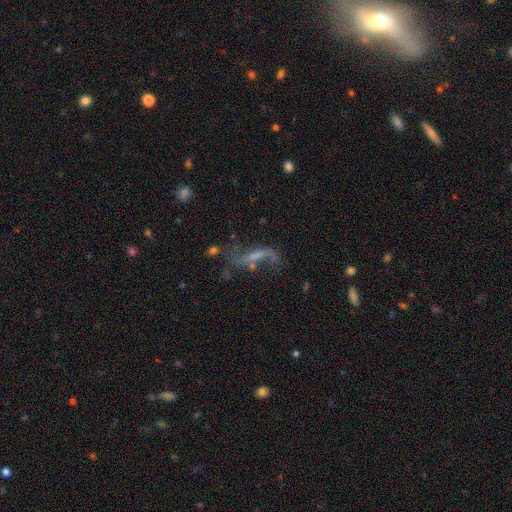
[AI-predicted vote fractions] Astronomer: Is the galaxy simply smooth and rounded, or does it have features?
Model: featured or disk — 67%.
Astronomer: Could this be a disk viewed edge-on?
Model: no — 84%.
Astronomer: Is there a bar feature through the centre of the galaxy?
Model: weak — 35% (runner-up: strong, 33%).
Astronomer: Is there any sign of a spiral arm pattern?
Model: yes — 76%.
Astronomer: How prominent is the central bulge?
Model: none — 51% (runner-up: small, 30%).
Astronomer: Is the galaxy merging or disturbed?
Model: none — 45% (runner-up: major disturbance, 27%).